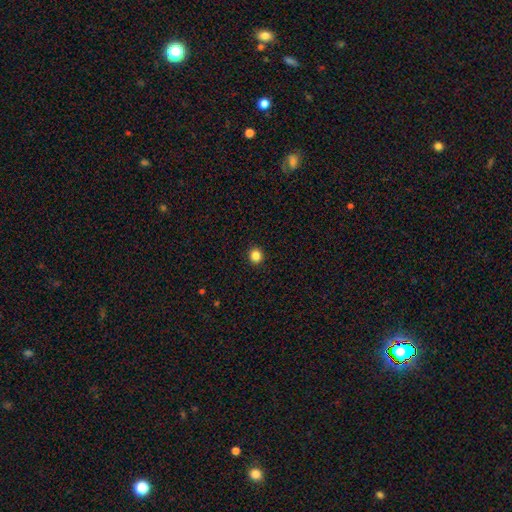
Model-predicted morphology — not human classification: Overall: smooth (85%). How rounded: round (90%). Merging: none (93%).